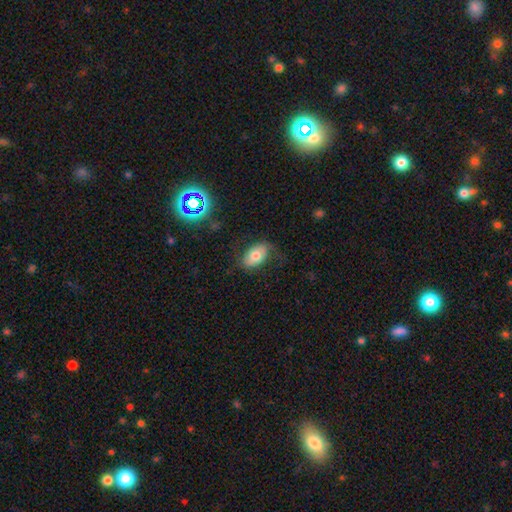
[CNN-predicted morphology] Smooth or featured? Predicted: smooth (p=0.62). How rounded? Predicted: in between (p=0.90). Merging? Predicted: none (p=0.62).